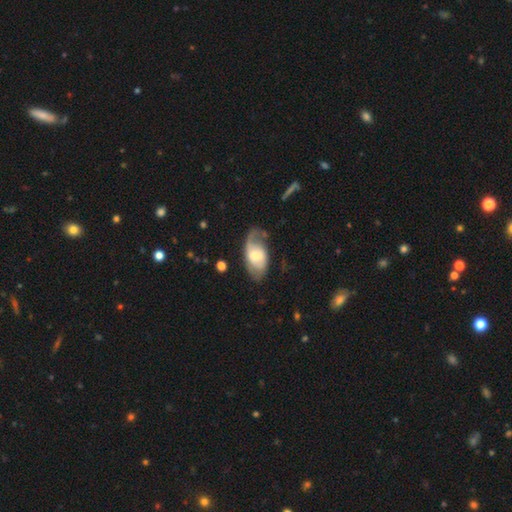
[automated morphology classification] type=featured or disk (54%); edge-on=no (93%); bar=weak (45%); spiral arms=yes (77%); bulge=moderate (46%); merging=none (45%).